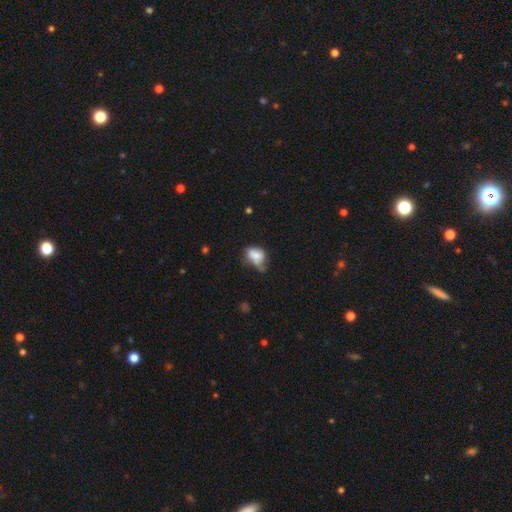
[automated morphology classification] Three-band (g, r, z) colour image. It shows a smooth galaxy with no disk features (71%) that is in between round and cigar-shaped (73%). Merging: minor disturbance (35%).